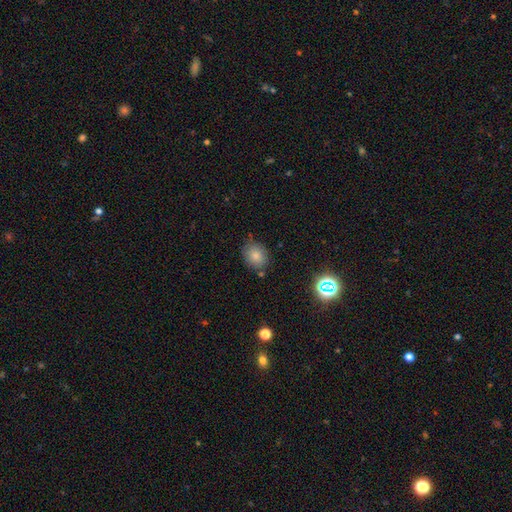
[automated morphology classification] Smooth or featured? Predicted: smooth (p=0.81). How rounded? Predicted: in between (p=0.52). Merging? Predicted: none (p=0.75).